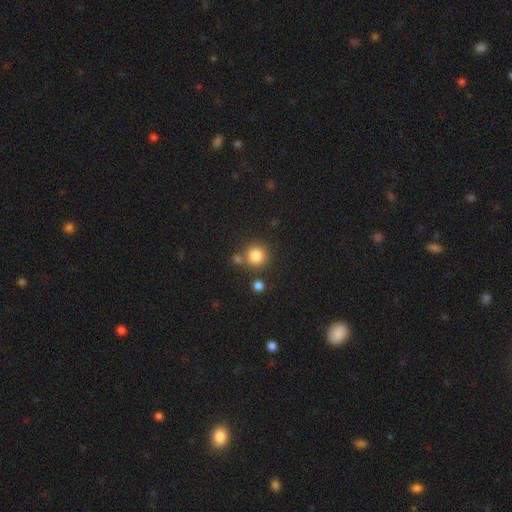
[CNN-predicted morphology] Overall: smooth (83%). How rounded: round (93%). Merging: none (74%).